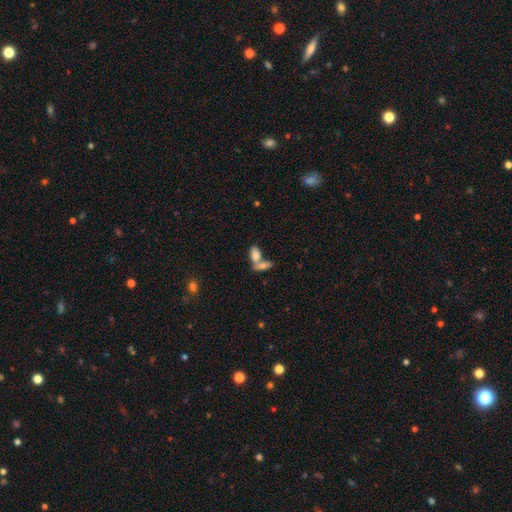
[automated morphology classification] This is likely a smooth galaxy (79%). How rounded: clearly in between (86%). Merging: possibly merger (57%).